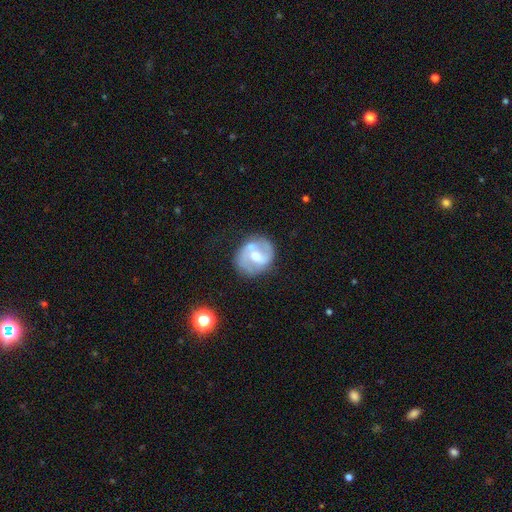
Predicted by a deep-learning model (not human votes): featured or disk 71%, smooth 22%, star or artifact 6%. Down the decision tree: edge-on disk — no (97%); bar — weak (49%); spiral arms — yes (77%); spiral arm count — 2 (83%); spiral winding — medium (49%); bulge size — moderate (68%); merging — none (66%).